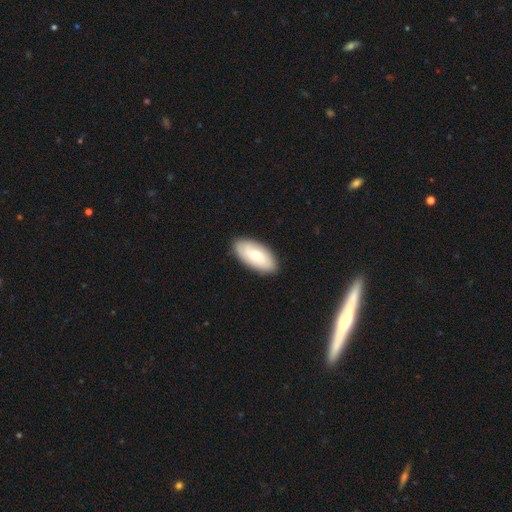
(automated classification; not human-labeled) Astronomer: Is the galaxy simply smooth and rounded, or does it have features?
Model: smooth — 64%.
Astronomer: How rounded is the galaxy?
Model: in between — 93%.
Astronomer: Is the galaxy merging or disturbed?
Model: none — 88%.